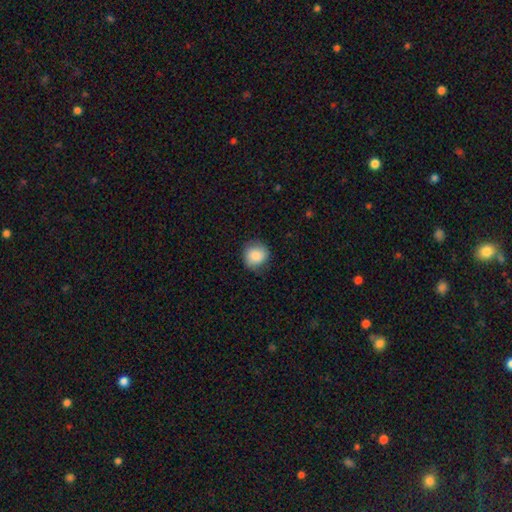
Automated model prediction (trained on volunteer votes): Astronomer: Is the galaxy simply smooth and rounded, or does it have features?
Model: smooth — 84%.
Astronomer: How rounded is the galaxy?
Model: round — 87%.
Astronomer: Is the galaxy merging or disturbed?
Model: none — 79%.